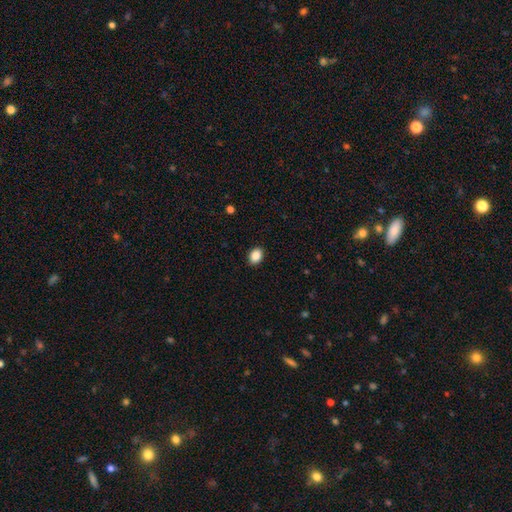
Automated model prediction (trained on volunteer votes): smooth_or_featured: smooth (p=0.87) [alt: star or artifact p=0.09]
how_rounded: in between (p=0.66) [alt: round p=0.33]
merging: none (p=0.90) [alt: minor disturbance p=0.07]